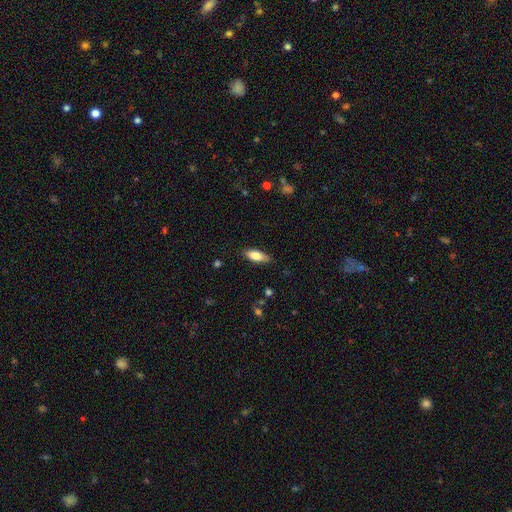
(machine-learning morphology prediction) Smooth or featured? smooth (77%)
How rounded? in between (74%)
Merging? none (83%)